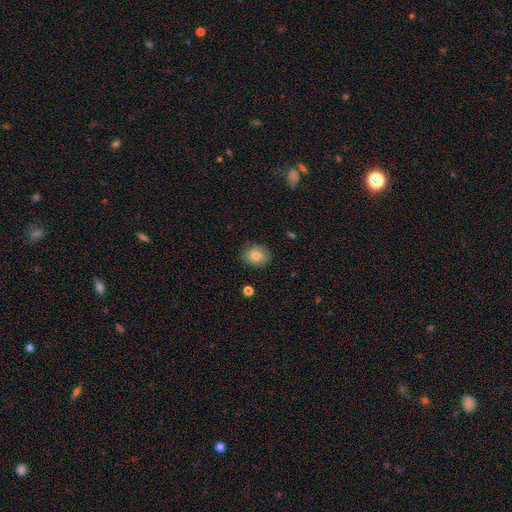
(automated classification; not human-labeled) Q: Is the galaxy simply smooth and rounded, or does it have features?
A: smooth — 80%.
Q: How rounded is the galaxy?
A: round — 62%.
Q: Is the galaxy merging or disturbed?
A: none — 85%.